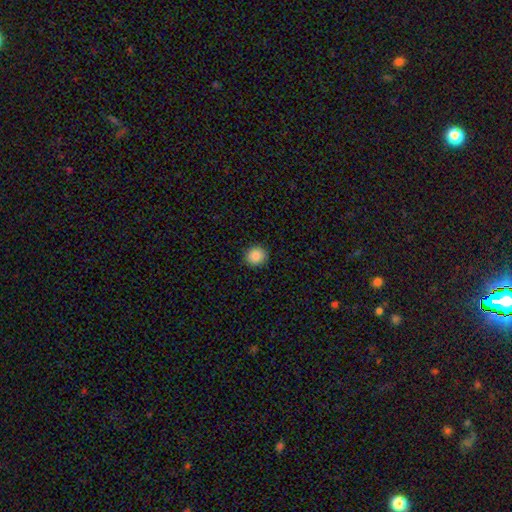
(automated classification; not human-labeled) Smooth or featured? Predicted: smooth (p=0.86). How rounded? Predicted: round (p=0.89). Merging? Predicted: none (p=0.91).